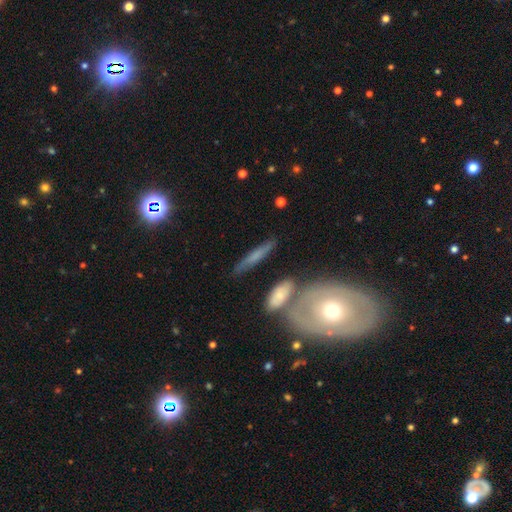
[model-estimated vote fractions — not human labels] This is possibly a smooth galaxy (50%). Merging: likely none (72%).